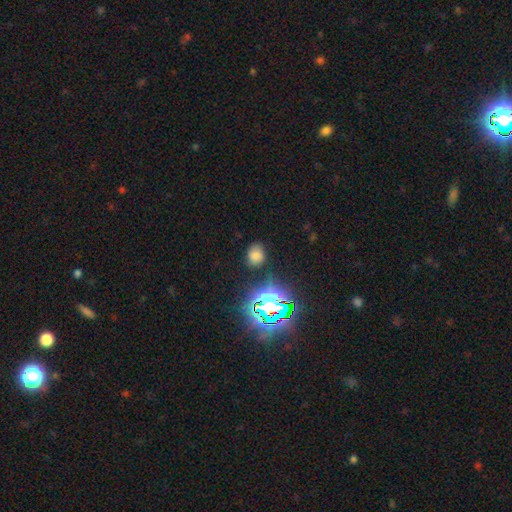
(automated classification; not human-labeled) smooth_or_featured: smooth (p=0.66) [alt: star or artifact p=0.25]
how_rounded: round (p=0.59) [alt: in between p=0.40]
merging: none (p=0.76) [alt: minor disturbance p=0.16]